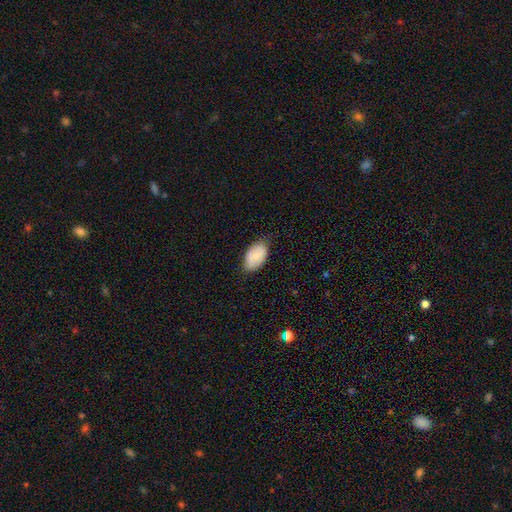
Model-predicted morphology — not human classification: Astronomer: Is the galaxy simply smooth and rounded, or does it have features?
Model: smooth — 77%.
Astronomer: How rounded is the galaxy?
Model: in between — 93%.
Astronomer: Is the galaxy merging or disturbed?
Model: none — 72%.